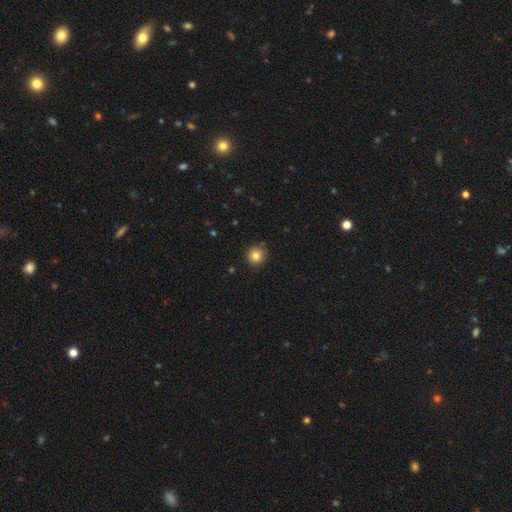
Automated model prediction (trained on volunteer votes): Smooth or featured: smooth — 83% (star or artifact — 11%)
How rounded: round — 94% (in between — 6%)
Merging: none — 87% (minor disturbance — 9%)